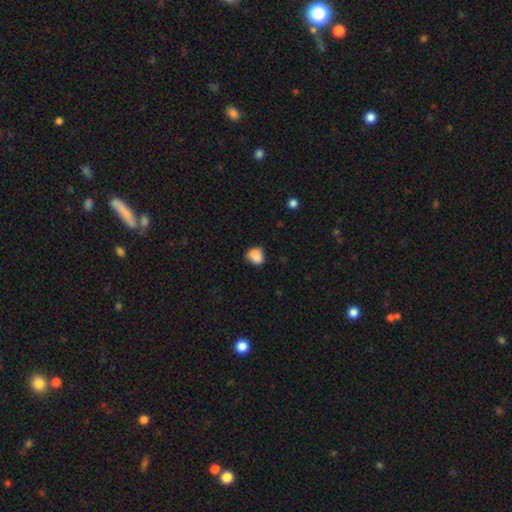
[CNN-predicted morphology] A smooth galaxy with no disk features (86%) that is round (55%). Merging: none (66%).